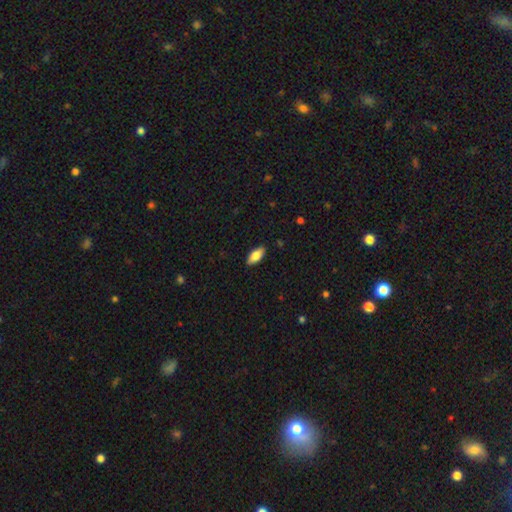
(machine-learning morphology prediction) A smooth galaxy with no disk features (79%) that is in between round and cigar-shaped (88%). Merging: none (88%).